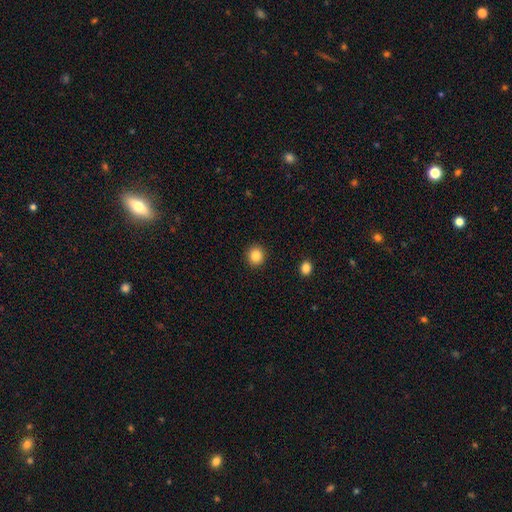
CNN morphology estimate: Smooth or featured: smooth — 86% (star or artifact — 10%)
How rounded: round — 87% (in between — 12%)
Merging: none — 92% (minor disturbance — 5%)